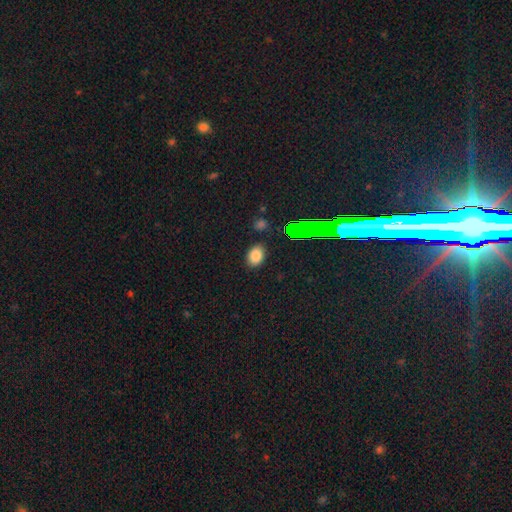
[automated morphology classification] Overall: smooth (81%). How rounded: in between (77%). Merging: none (84%).